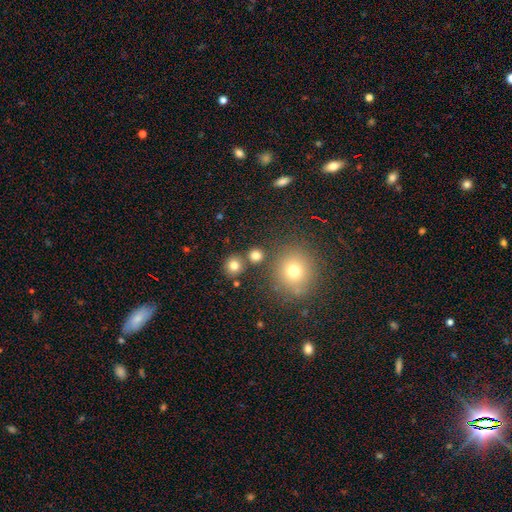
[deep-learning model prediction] This is likely a smooth galaxy (77%). How rounded: clearly round (88%). Merging: likely none (79%).